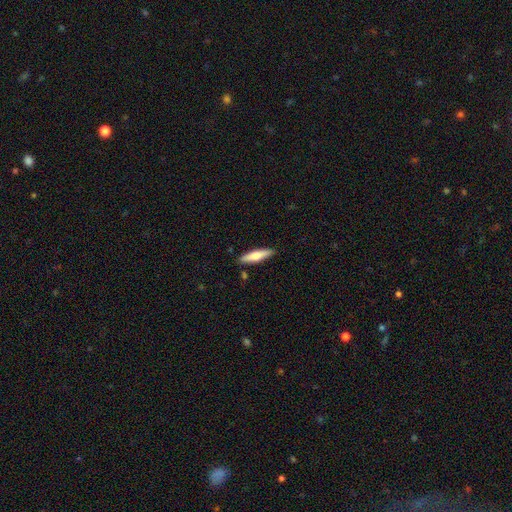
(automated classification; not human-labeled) This appears to be a smooth galaxy with no disk features (58%) that is cigar-shaped (77%). Merging: none (87%).